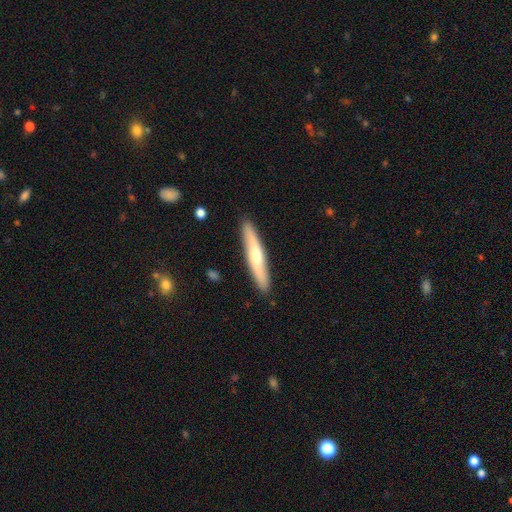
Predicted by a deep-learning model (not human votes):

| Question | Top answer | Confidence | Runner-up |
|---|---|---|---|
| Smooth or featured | featured or disk | 49% | smooth (46%) |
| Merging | none | 89% | minor disturbance (8%) |